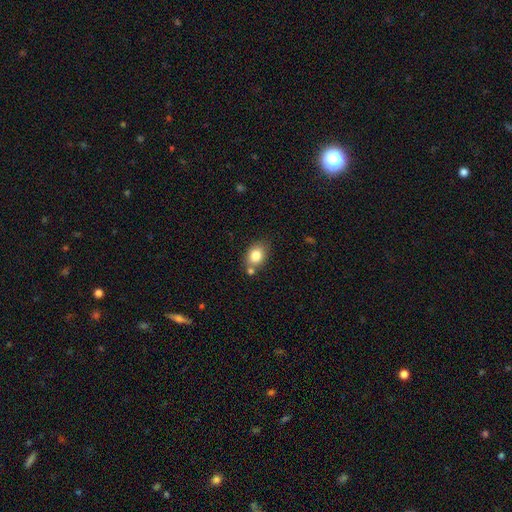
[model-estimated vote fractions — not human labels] Overall: smooth (81%). How rounded: in between (69%; round 30%). Merging: none (65%).